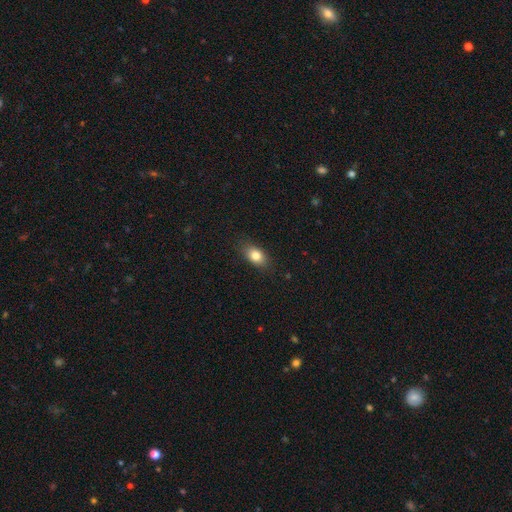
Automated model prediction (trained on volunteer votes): smooth 82%, featured or disk 9%, star or artifact 9%. Down the decision tree: how rounded — in between (82%); merging — none (84%).